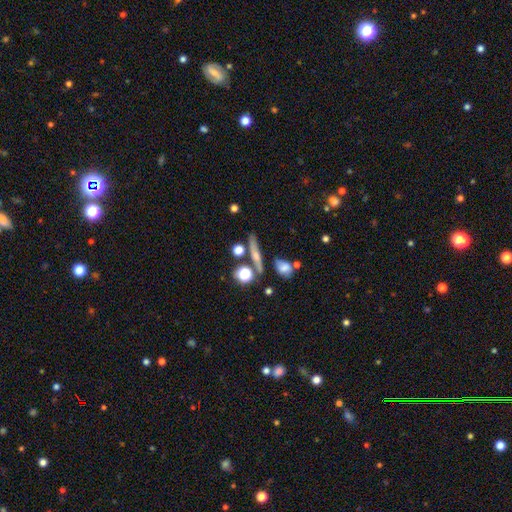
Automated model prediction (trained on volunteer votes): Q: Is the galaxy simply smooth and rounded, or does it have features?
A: smooth — 48%.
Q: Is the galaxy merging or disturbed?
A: none — 73%.